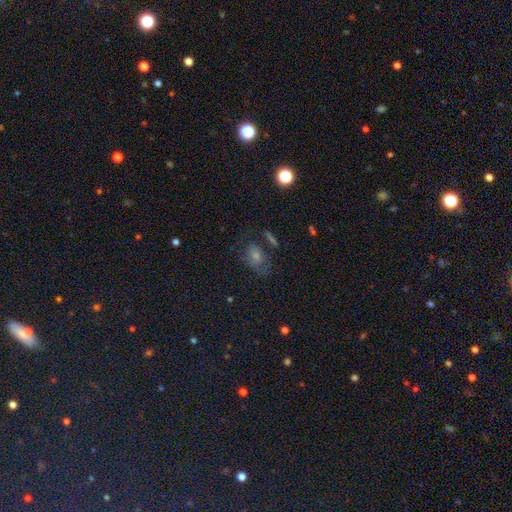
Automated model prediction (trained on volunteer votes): smooth 38%, star or artifact 31%, featured or disk 31%. Down the decision tree: merging — none (54%).